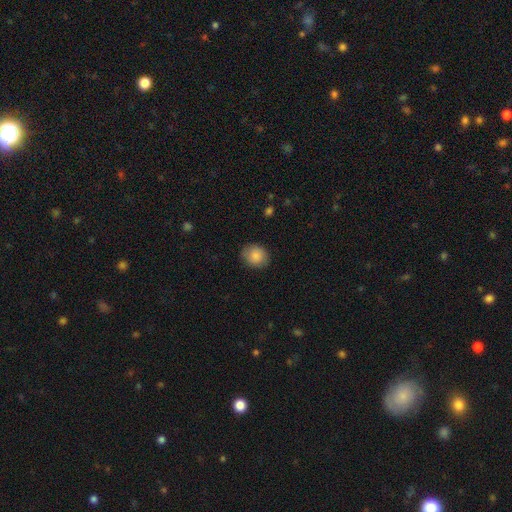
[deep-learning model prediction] The model was most divided on "how rounded": round: 62%, in between: 37%, cigar-shaped: 1%. More confident: smooth or featured — smooth (86%); merging — none (84%).